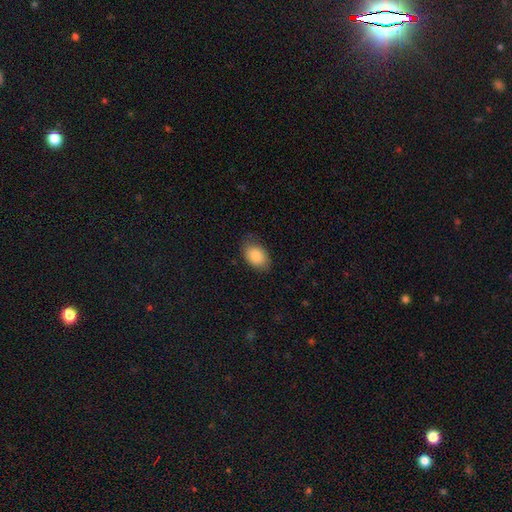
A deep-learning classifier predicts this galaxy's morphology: smooth-or-featured: smooth: 87% | star or artifact: 7% | featured or disk: 7%
  how-rounded: in between: 86% | round: 13% | cigar-shaped: 1%
  merging: none: 77% | minor disturbance: 18% | major disturbance: 4% | merger: 1%